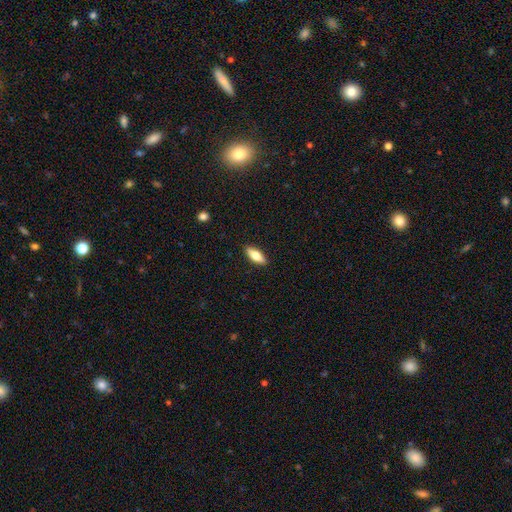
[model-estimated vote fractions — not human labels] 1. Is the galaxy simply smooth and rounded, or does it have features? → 70% smooth, 23% featured or disk, 6% star or artifact.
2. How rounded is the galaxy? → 71% in between, 27% cigar-shaped, 2% round.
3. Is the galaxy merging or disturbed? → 90% none, 8% minor disturbance, 2% major disturbance, 1% merger.